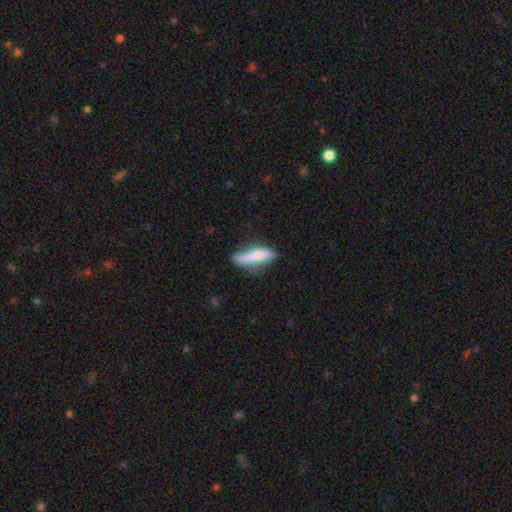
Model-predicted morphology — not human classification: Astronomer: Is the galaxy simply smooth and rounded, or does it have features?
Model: smooth — 71%.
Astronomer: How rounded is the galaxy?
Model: cigar-shaped — 72%.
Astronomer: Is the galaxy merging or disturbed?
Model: none — 58%.